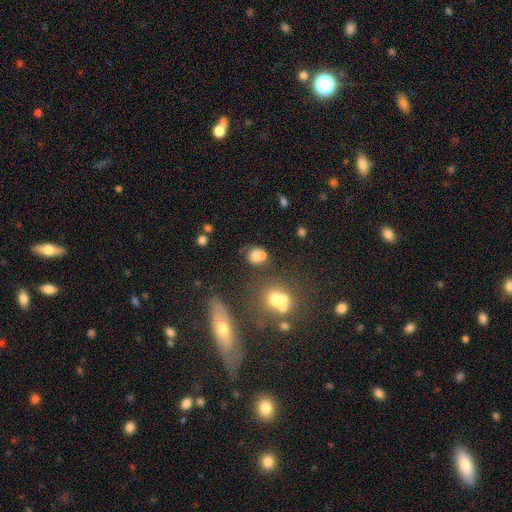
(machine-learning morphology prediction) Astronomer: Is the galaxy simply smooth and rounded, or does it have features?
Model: smooth — 67%.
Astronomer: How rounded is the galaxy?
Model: round — 60% (runner-up: in between, 38%).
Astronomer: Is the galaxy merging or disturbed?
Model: none — 39% (runner-up: merger, 37%).